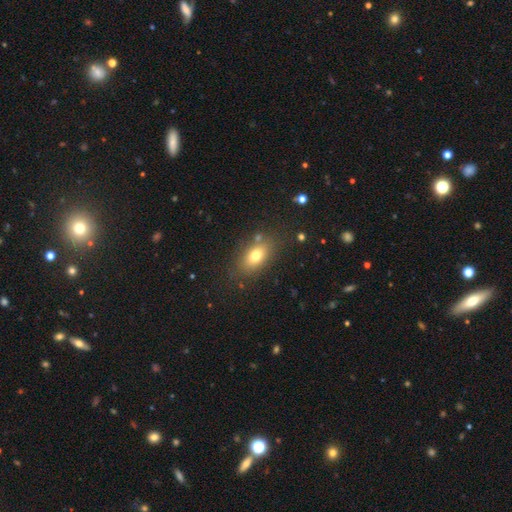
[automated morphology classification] smooth 76%, featured or disk 14%, star or artifact 10%. Down the decision tree: how rounded — in between (85%); merging — none (80%).